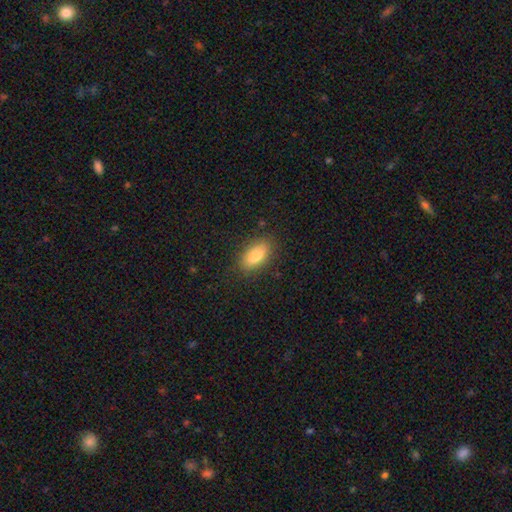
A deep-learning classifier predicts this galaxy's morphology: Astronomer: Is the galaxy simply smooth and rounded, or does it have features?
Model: smooth — 82%.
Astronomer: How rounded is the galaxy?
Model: in between — 89%.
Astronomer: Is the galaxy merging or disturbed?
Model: none — 84%.